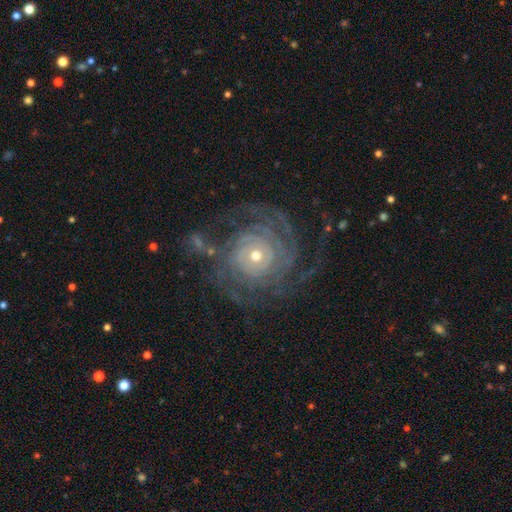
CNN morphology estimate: Smooth or featured? featured or disk (88%)
Edge-on disk? no (97%)
Bar? no (76%)
Spiral arms? yes (97%)
Spiral winding? tight (78%)
Spiral arm count? can't tell (28%)
Bulge size? small (53%)
Merging? none (71%)